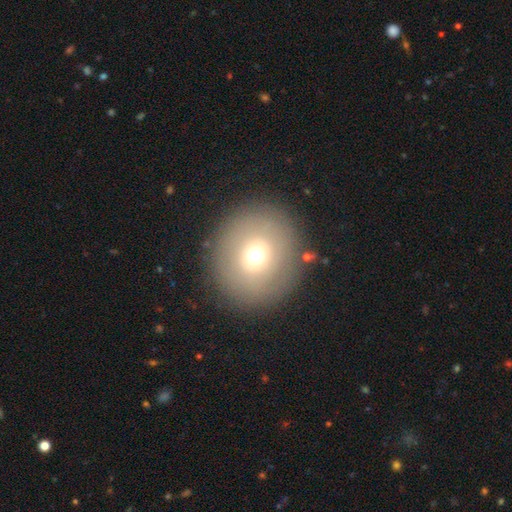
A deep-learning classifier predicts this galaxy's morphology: Smooth or featured? smooth (66%)
How rounded? round (86%)
Merging? none (86%)